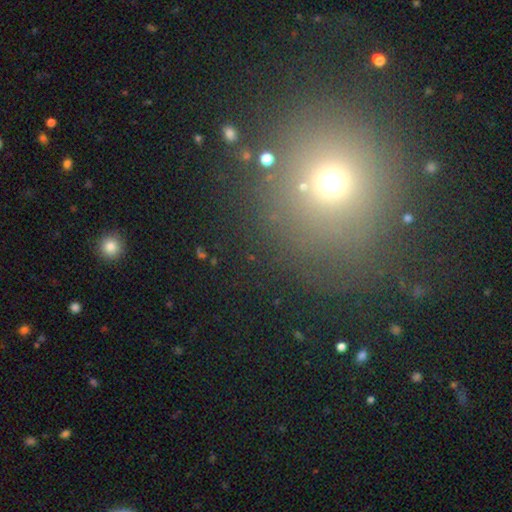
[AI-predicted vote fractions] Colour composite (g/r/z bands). It shows a smooth galaxy with no disk features (53%) that is round (89%). Merging: none (84%).